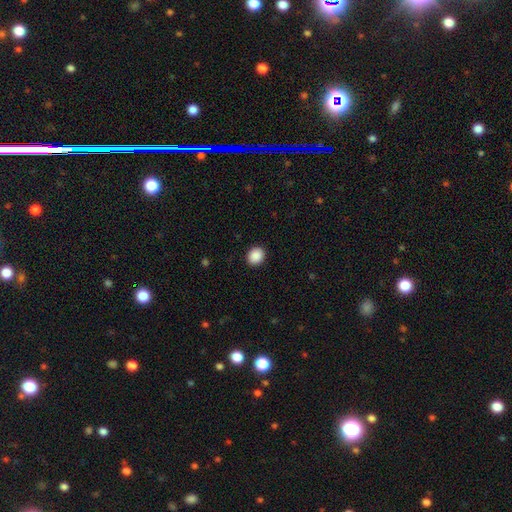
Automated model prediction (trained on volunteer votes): smooth 90%, star or artifact 8%, featured or disk 2%. Down the decision tree: how rounded — round (70%); merging — none (92%).